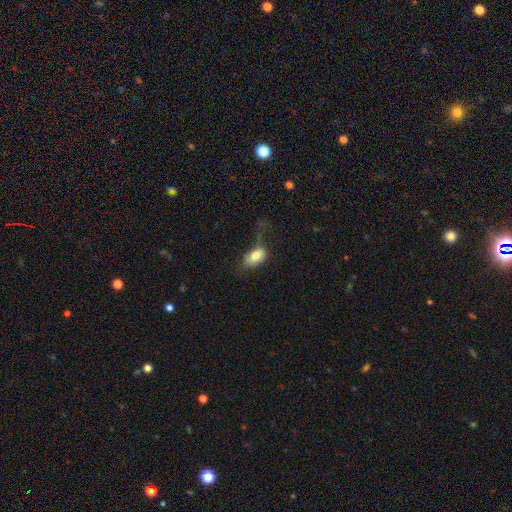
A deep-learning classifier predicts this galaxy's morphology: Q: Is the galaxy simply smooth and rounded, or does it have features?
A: smooth — 79%.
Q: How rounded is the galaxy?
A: in between — 88%.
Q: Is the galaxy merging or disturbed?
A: major disturbance — 38%.